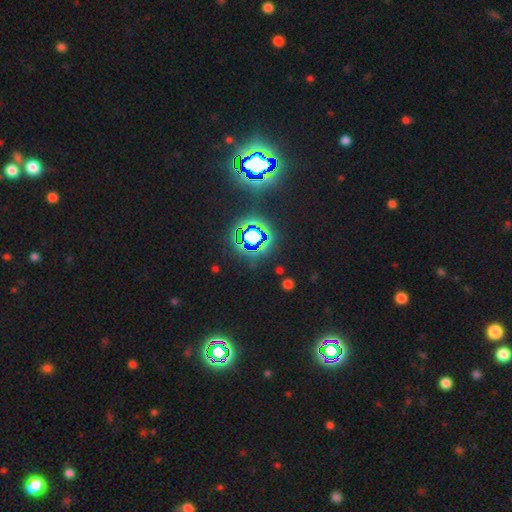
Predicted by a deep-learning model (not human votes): Smooth or featured? Predicted: star or artifact (p=0.81).